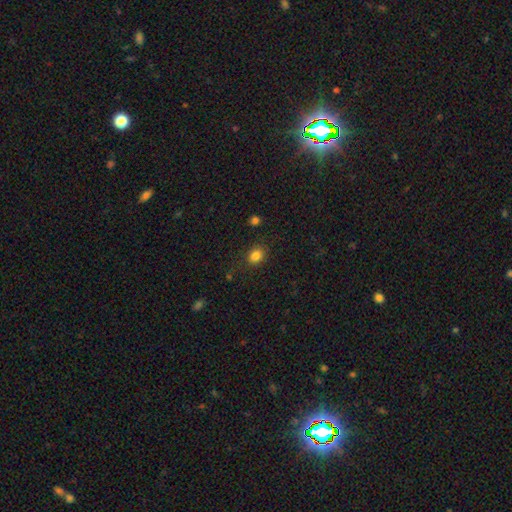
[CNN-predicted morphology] A smooth galaxy with no disk features (83%) that is round (58%).

Vote fractions:
- Smooth or featured? smooth: 83% / star or artifact: 12% / featured or disk: 5%
- How rounded? round: 58% / in between: 41% / cigar-shaped: 1%
- Merging? none: 83% / minor disturbance: 11% / major disturbance: 4% / merger: 2%